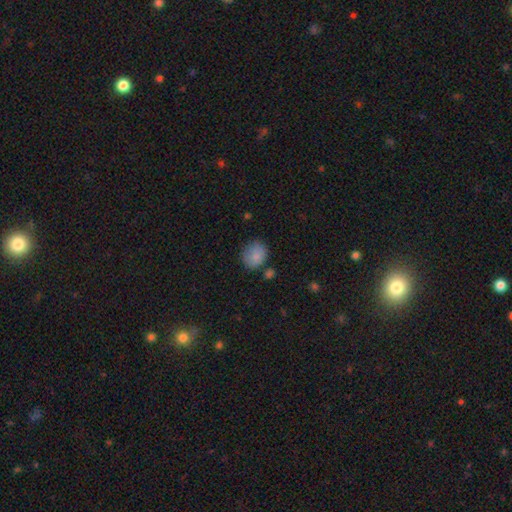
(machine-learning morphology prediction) type=smooth (84%); roundness=round (67%); merging=none (69%).